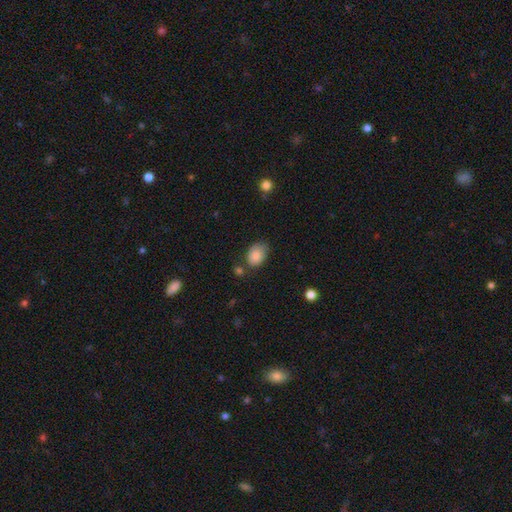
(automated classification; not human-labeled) The model was most divided on "merging": none: 57%, minor disturbance: 29%, major disturbance: 7%, merger: 7%. More confident: smooth or featured — smooth (86%); how rounded — in between (76%).